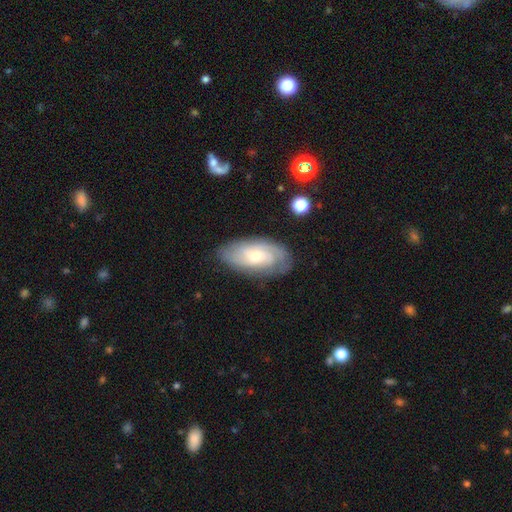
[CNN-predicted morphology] A featured or disk galaxy (68%) with no bar (68%), tight (59%) spiral arms (89%) and a moderate central bulge (48%).

Vote fractions:
- Smooth or featured? featured or disk: 68% / smooth: 26% / star or artifact: 6%
- Edge-on disk? no: 92% / yes: 8%
- Bar? no: 68% / weak: 27% / strong: 5%
- Spiral arms? yes: 89% / no: 11%
- Spiral winding? tight: 59% / medium: 31% / loose: 10%
- Spiral arm count? can't tell: 44% / 2: 29% / 3: 14% / 1: 5% / 4: 5% / more than 4: 3%
- Bulge size? moderate: 48% / small: 46% / large: 3% / none: 1% / dominant: 1%
- Merging? none: 77% / minor disturbance: 16% / major disturbance: 5% / merger: 1%